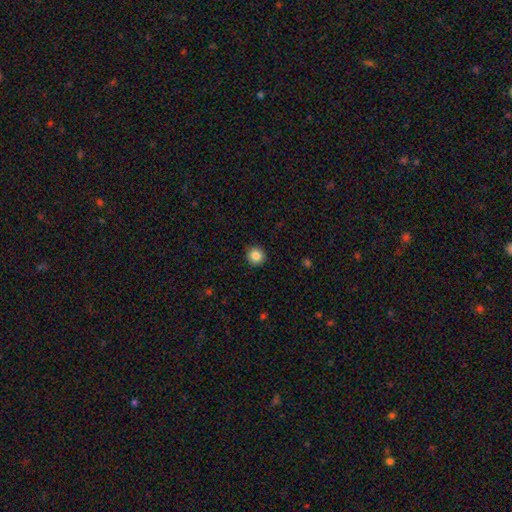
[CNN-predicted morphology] This appears to be a smooth galaxy with no disk features (85%) that is round (93%). Merging: none (91%).